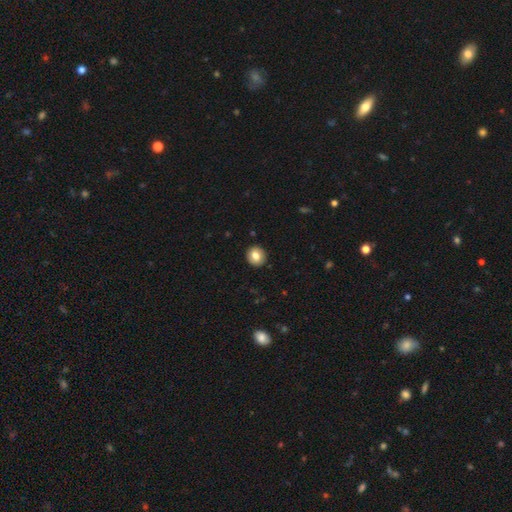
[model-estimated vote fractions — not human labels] Smooth or featured?
  - smooth: 82% *
  - featured or disk: 10%
  - star or artifact: 8%
How rounded?
  - round: 84% *
  - in between: 15%
  - cigar-shaped: 1%
Merging?
  - none: 92% *
  - minor disturbance: 6%
  - major disturbance: 2%
  - merger: 1%